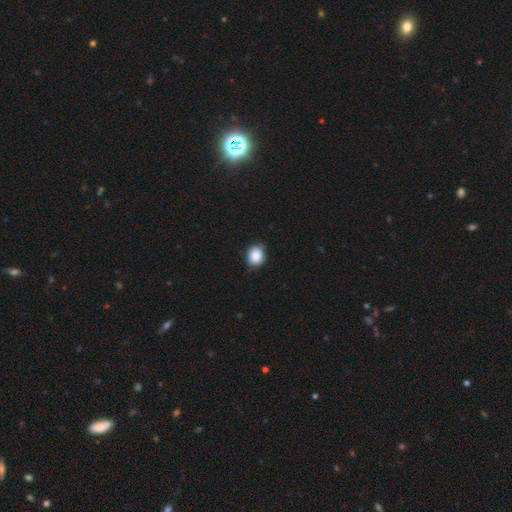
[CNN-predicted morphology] Smooth or featured: smooth — 87% (star or artifact — 8%)
How rounded: round — 52% (in between — 47%)
Merging: none — 78% (minor disturbance — 19%)